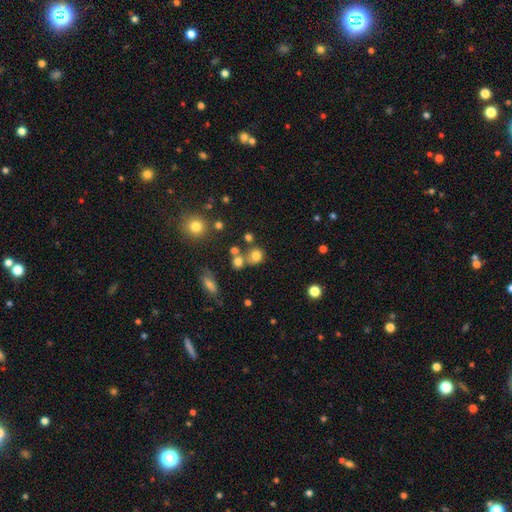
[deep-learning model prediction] This is likely a smooth galaxy (76%). How rounded: clearly round (83%). Merging: possibly none (58%).